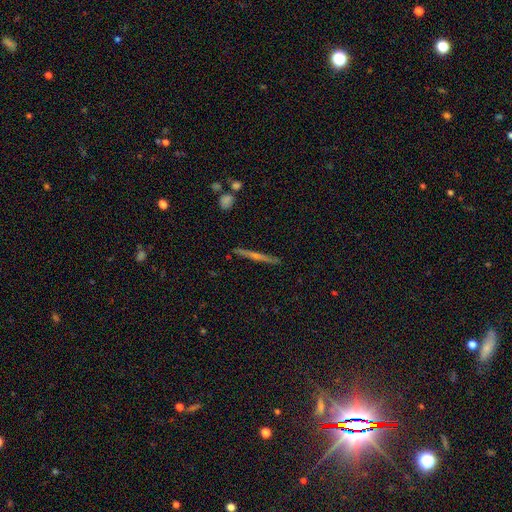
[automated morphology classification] This is likely a featured or disk galaxy (63%). It is clearly viewed edge-on (97%). Edge-on bulge: possibly rounded (52%). Merging: clearly none (90%).